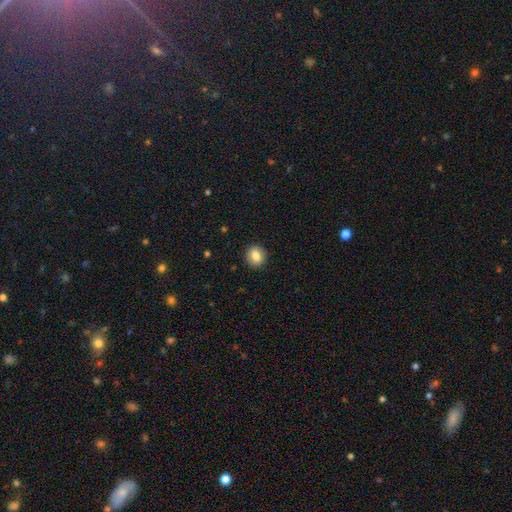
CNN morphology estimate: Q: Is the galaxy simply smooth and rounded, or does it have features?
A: smooth — 82%.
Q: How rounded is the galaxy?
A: round — 79%.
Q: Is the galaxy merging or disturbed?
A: none — 91%.